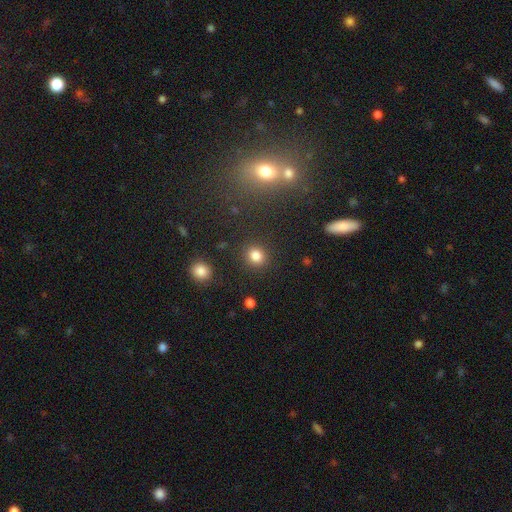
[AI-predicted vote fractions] This is clearly a smooth galaxy (83%). How rounded: likely round (79%). Merging: clearly none (88%).